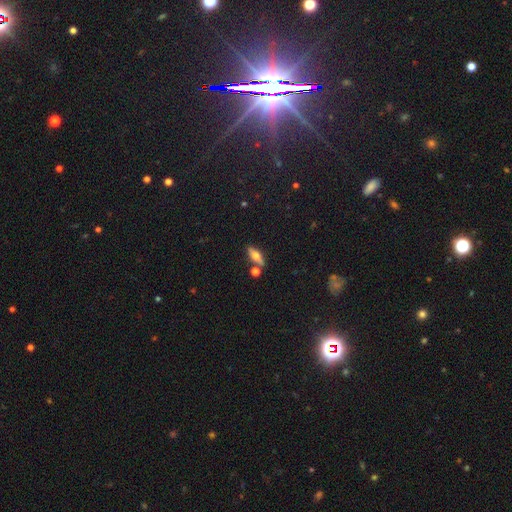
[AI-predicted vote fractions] A smooth galaxy with no disk features (48%). Merging: none (76%).